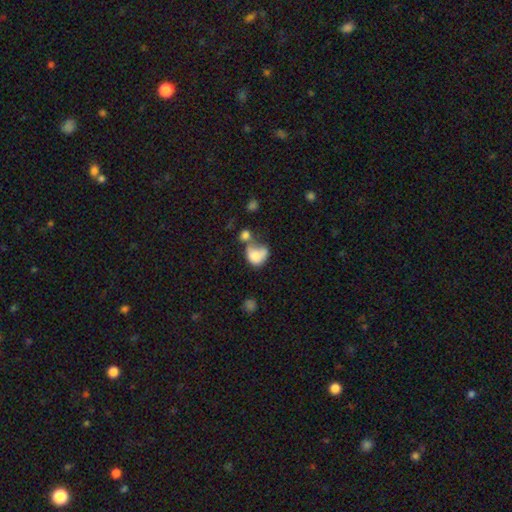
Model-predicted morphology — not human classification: Smooth or featured? smooth (71%)
How rounded? in between (51%)
Merging? merger (48%)